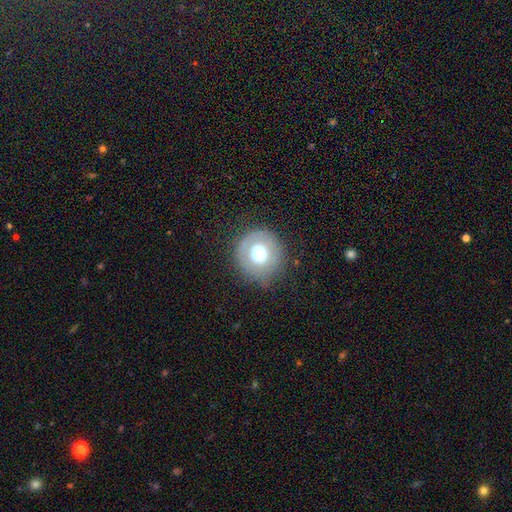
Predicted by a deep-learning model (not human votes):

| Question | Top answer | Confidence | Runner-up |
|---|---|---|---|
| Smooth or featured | smooth | 59% | featured or disk (31%) |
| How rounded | round | 92% | in between (7%) |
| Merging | none | 71% | minor disturbance (17%) |